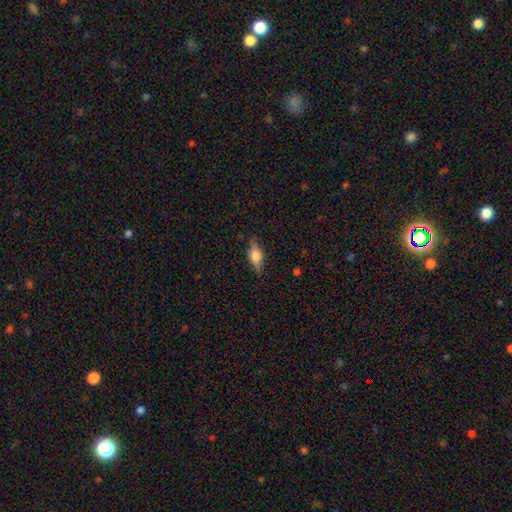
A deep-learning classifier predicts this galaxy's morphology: smooth-or-featured: smooth: 54% | featured or disk: 38% | star or artifact: 8%
  how-rounded: in between: 73% | cigar-shaped: 21% | round: 6%
  merging: none: 79% | minor disturbance: 16% | major disturbance: 4% | merger: 1%